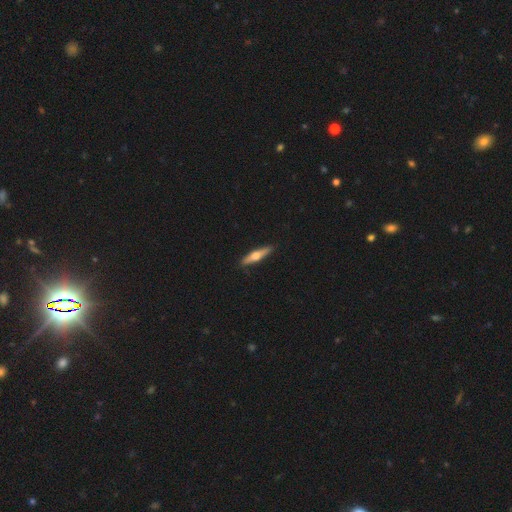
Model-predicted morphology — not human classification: A featured or disk galaxy (53%) viewed edge-on (95%).

Vote fractions:
- Smooth or featured? featured or disk: 53% / smooth: 42% / star or artifact: 5%
- Edge-on disk? yes: 95% / no: 5%
- Merging? none: 91% / minor disturbance: 7% / major disturbance: 1% / merger: 1%